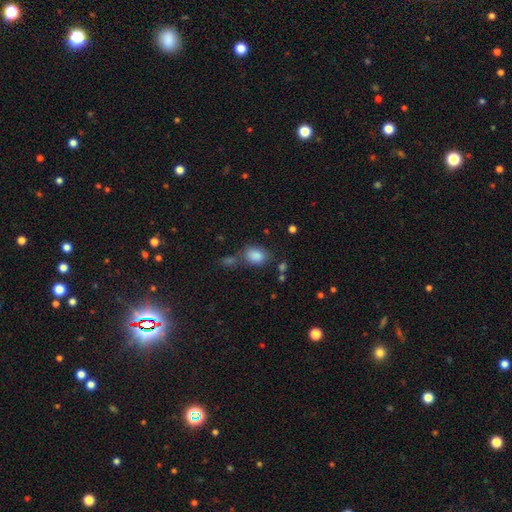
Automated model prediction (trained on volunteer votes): This appears to be a smooth galaxy with no disk features (86%) that is in between round and cigar-shaped (75%). Merging: none (62%).